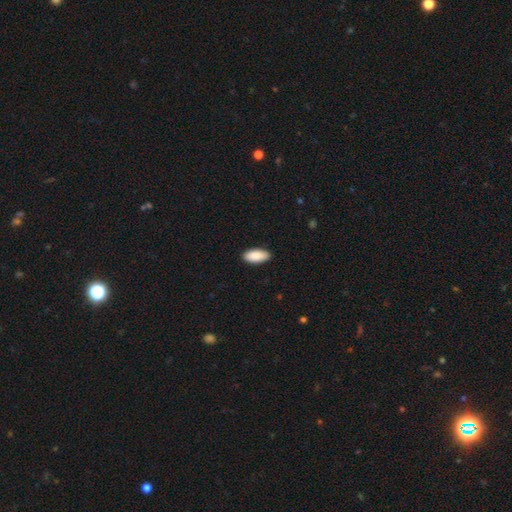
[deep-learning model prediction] smooth 90%, star or artifact 6%, featured or disk 4%. Down the decision tree: how rounded — in between (92%); merging — none (90%).